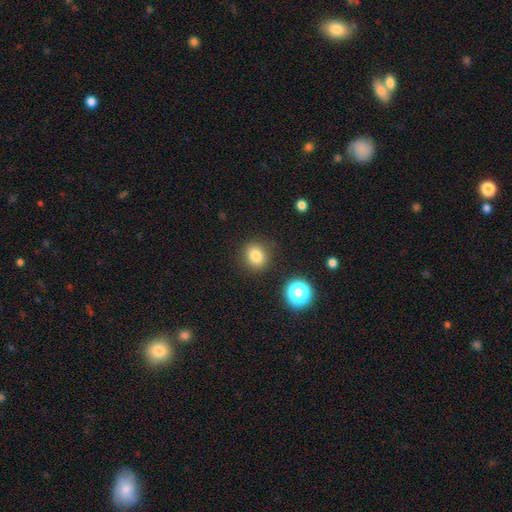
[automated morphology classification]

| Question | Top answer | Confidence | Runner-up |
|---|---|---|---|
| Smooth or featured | smooth | 81% | star or artifact (13%) |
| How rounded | round | 77% | in between (22%) |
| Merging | none | 86% | minor disturbance (9%) |